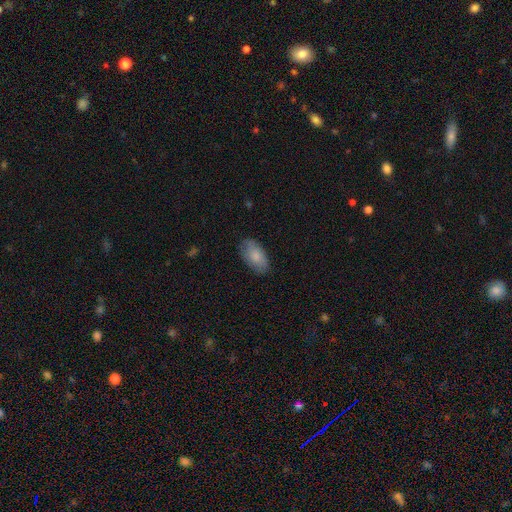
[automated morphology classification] smooth_or_featured: smooth (p=0.81) [alt: featured or disk p=0.13]
how_rounded: in between (p=0.94) [alt: round p=0.03]
merging: none (p=0.81) [alt: minor disturbance p=0.15]